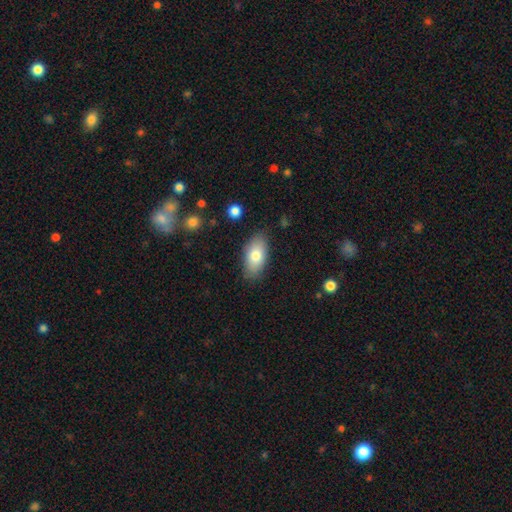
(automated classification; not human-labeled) smooth-or-featured: smooth: 77% | featured or disk: 16% | star or artifact: 7%
  how-rounded: in between: 91% | cigar-shaped: 5% | round: 4%
  merging: none: 83% | minor disturbance: 13% | major disturbance: 3% | merger: 2%